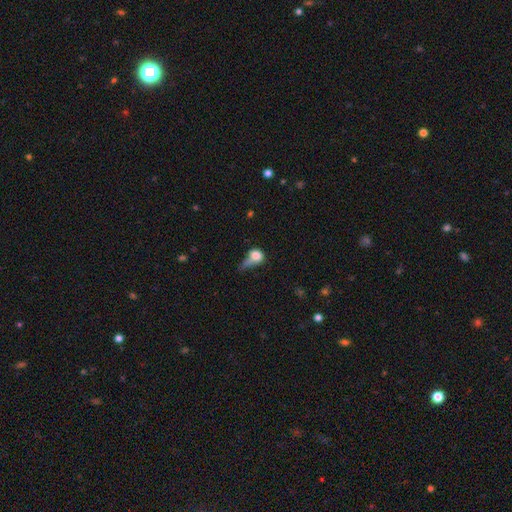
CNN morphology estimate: This is likely a smooth galaxy (73%). How rounded: possibly in between (49%). Merging: marginally major disturbance (42%).